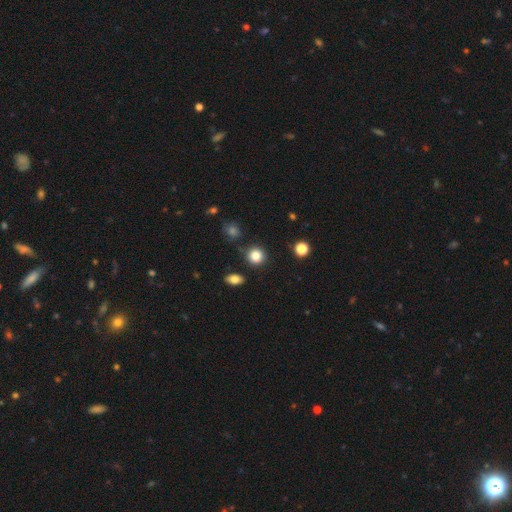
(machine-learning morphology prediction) The model was most divided on "smooth or featured": smooth: 83%, star or artifact: 12%, featured or disk: 5%. More confident: how rounded — round (90%); merging — none (86%).